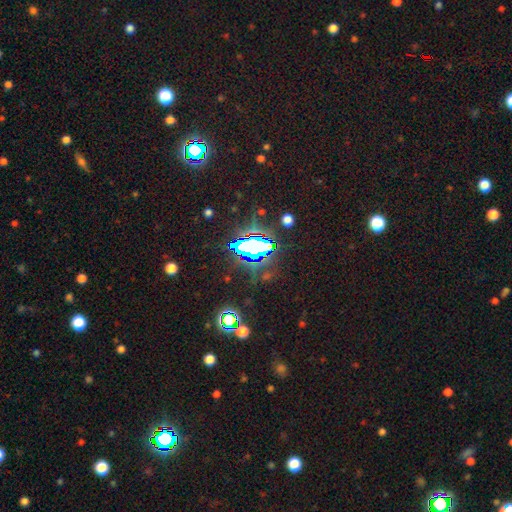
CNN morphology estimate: Smooth or featured? Predicted: star or artifact (p=0.71).